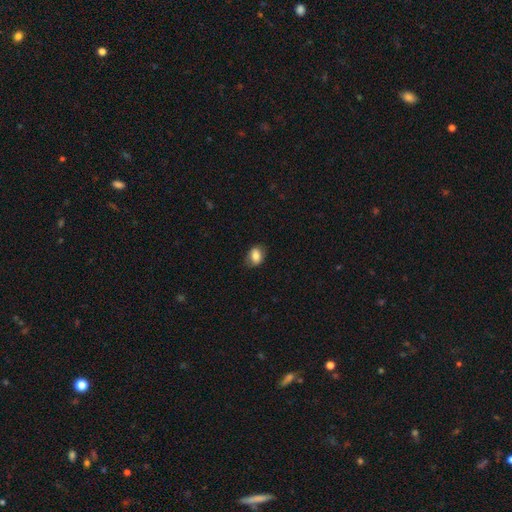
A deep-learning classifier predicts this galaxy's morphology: Overall: smooth (81%). How rounded: in between (68%; round 30%). Merging: none (78%).